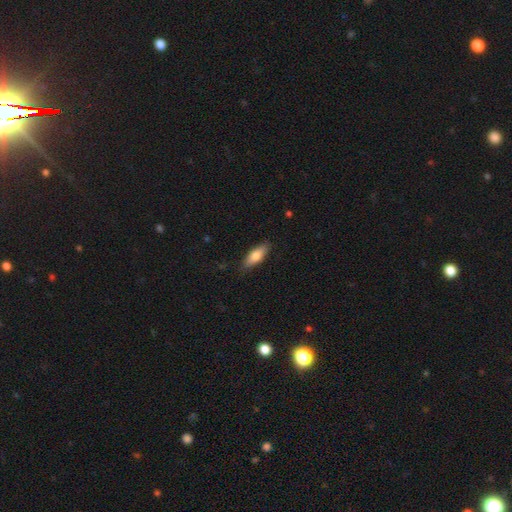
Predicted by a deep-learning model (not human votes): Smooth or featured: smooth — 75% (featured or disk — 19%)
How rounded: in between — 65% (cigar-shaped — 32%)
Merging: none — 84% (minor disturbance — 12%)